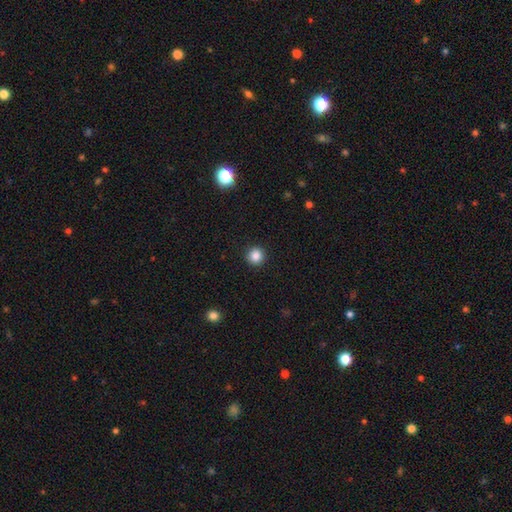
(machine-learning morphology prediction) Smooth or featured: smooth — 85% (star or artifact — 11%)
How rounded: round — 95% (in between — 4%)
Merging: none — 93% (minor disturbance — 4%)